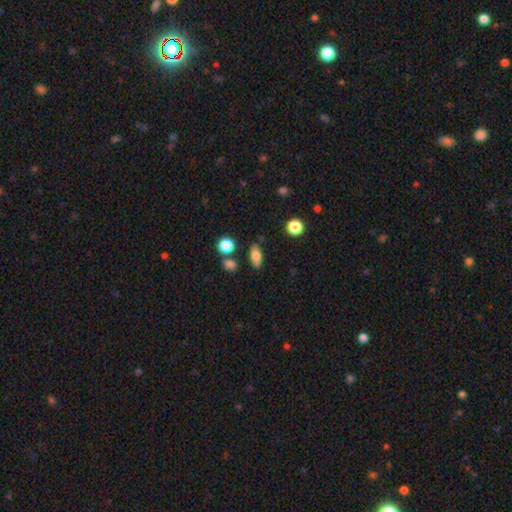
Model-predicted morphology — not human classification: A smooth galaxy with no disk features (77%) that is in between round and cigar-shaped (79%).

Vote fractions:
- Smooth or featured? smooth: 77% / featured or disk: 14% / star or artifact: 10%
- How rounded? in between: 79% / cigar-shaped: 12% / round: 9%
- Merging? none: 80% / minor disturbance: 12% / merger: 5% / major disturbance: 3%